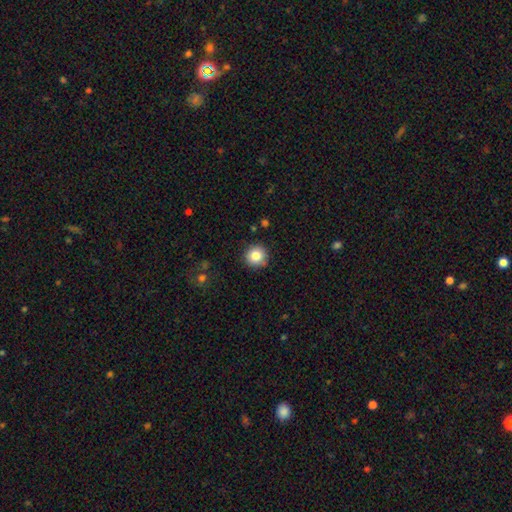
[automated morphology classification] smooth 84%, star or artifact 10%, featured or disk 6%. Down the decision tree: how rounded — round (94%); merging — none (88%).